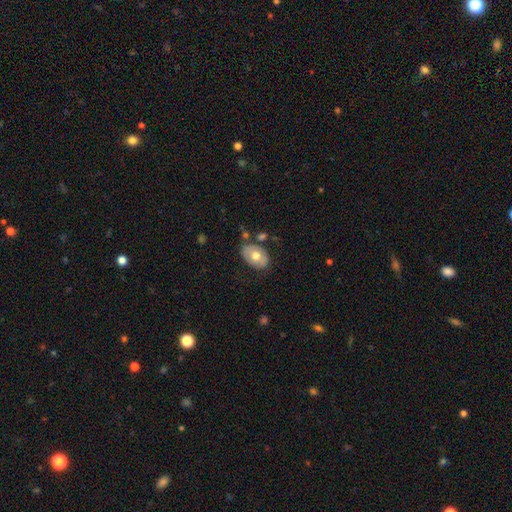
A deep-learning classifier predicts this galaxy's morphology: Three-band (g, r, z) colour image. It shows a smooth galaxy with no disk features (59%) that is in between round and cigar-shaped (83%). Merging: none (71%).